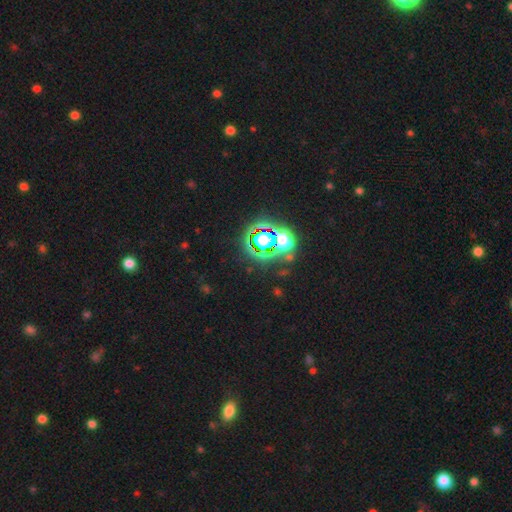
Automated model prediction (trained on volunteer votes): Smooth or featured? star or artifact (79%)